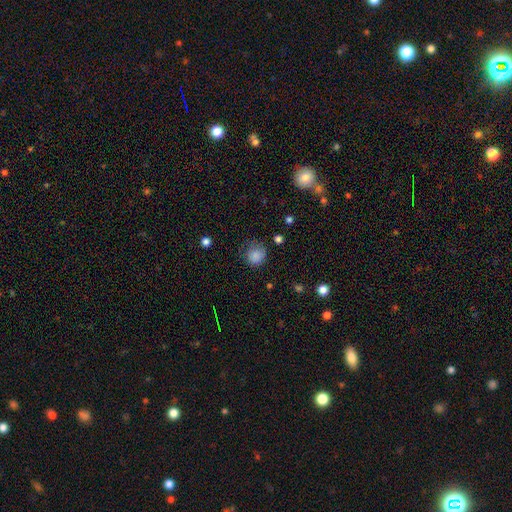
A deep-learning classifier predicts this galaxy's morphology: A smooth galaxy with no disk features (83%) that is round (83%).

Vote fractions:
- Smooth or featured? smooth: 83% / star or artifact: 10% / featured or disk: 7%
- How rounded? round: 83% / in between: 16% / cigar-shaped: 1%
- Merging? none: 60% / minor disturbance: 27% / major disturbance: 11% / merger: 2%